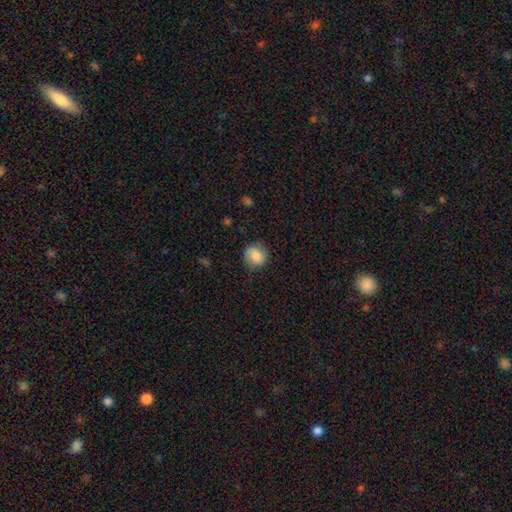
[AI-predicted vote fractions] Smooth or featured? Predicted: smooth (p=0.71). How rounded? Predicted: round (p=0.83). Merging? Predicted: none (p=0.78).